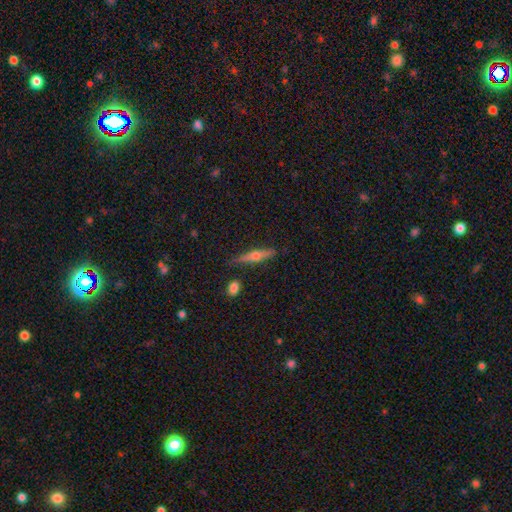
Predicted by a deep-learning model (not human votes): This appears to be a featured or disk galaxy (53%) viewed edge-on (95%) with a rounded central bulge (87%). Merging: none (82%).